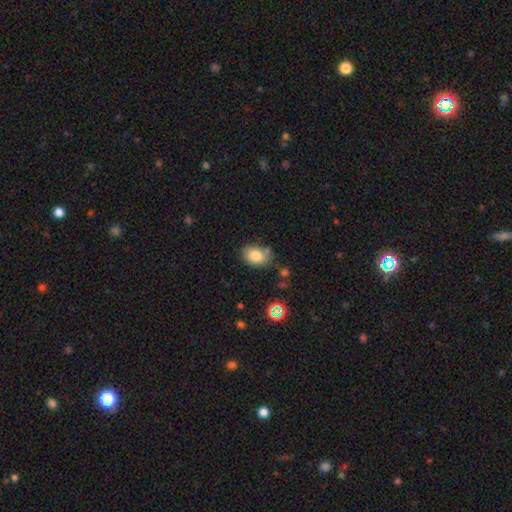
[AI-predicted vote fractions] Morphology: type=smooth (81%); roundness=in between (76%); merging=none (68%).